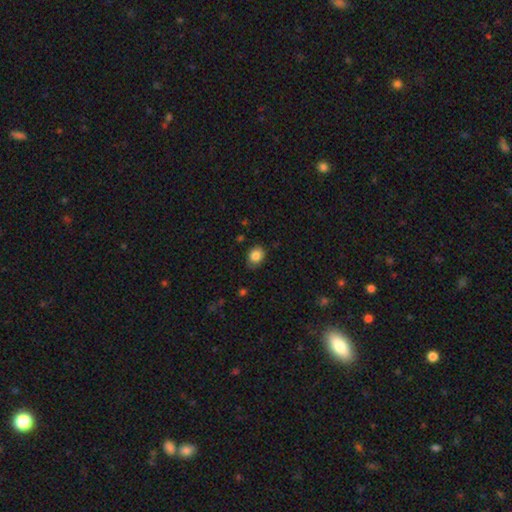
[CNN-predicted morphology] Overall: smooth (84%). How rounded: in between (51%; round 48%). Merging: none (80%).